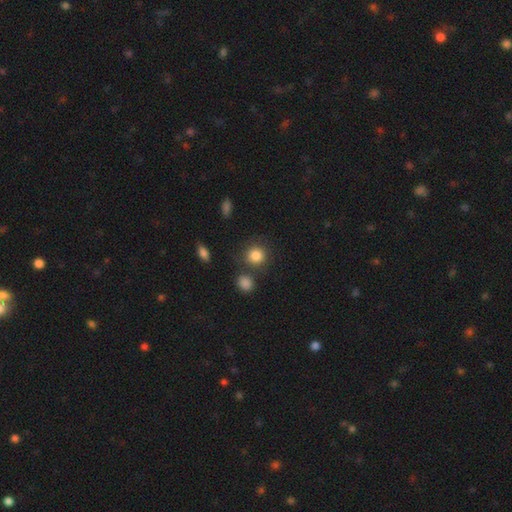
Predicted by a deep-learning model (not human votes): A smooth galaxy with no disk features (85%) that is round (87%).

Vote fractions:
- Smooth or featured? smooth: 85% / star or artifact: 10% / featured or disk: 5%
- How rounded? round: 87% / in between: 12% / cigar-shaped: 1%
- Merging? none: 74% / merger: 11% / minor disturbance: 10% / major disturbance: 4%